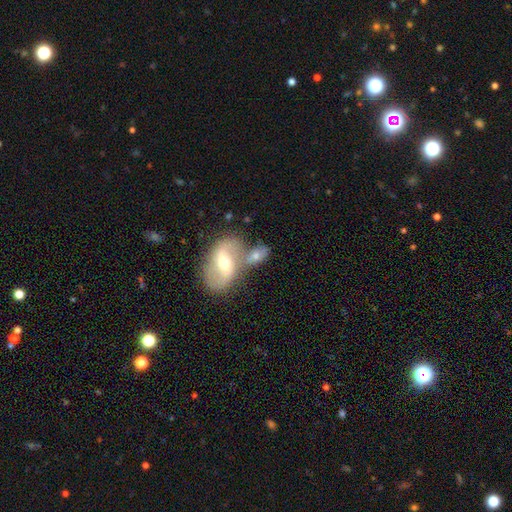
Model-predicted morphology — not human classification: Smooth or featured: featured or disk — 46% (tied with smooth — 46%)
Merging: merger — 45% (none — 37%)